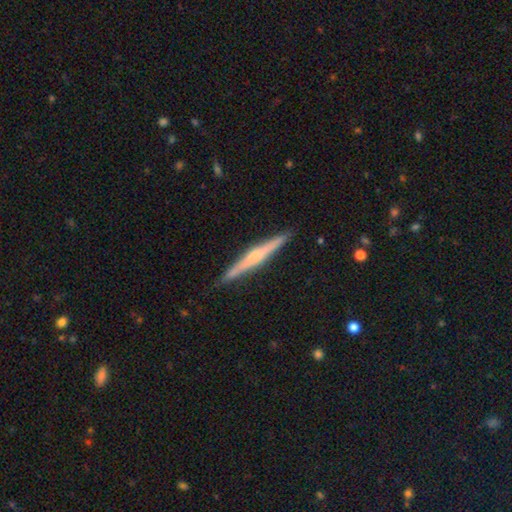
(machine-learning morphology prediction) Overall: featured or disk (69%). Edge-on disk: yes (98%). Edge-on bulge: rounded (69%). Merging: none (90%).